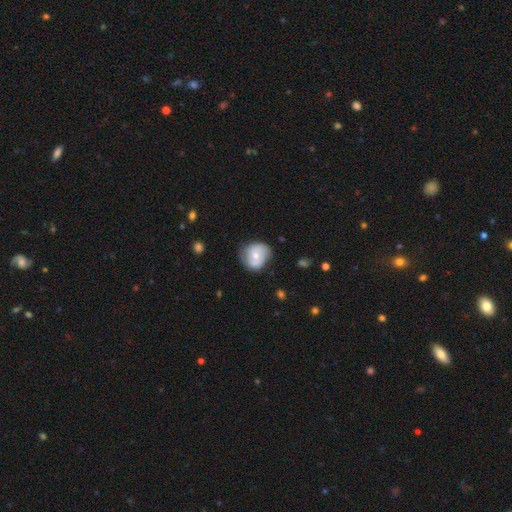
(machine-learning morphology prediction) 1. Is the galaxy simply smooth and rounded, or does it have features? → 49% smooth, 44% featured or disk, 7% star or artifact.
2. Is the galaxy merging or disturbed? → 59% none, 30% minor disturbance, 8% major disturbance, 3% merger.